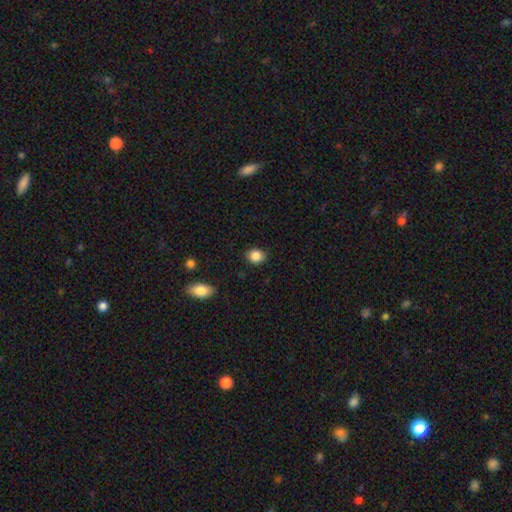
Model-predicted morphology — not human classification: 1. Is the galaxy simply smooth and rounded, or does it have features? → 87% smooth, 9% star or artifact, 4% featured or disk.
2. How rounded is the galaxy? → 66% round, 33% in between, 1% cigar-shaped.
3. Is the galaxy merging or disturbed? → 86% none, 10% minor disturbance, 2% major disturbance, 1% merger.